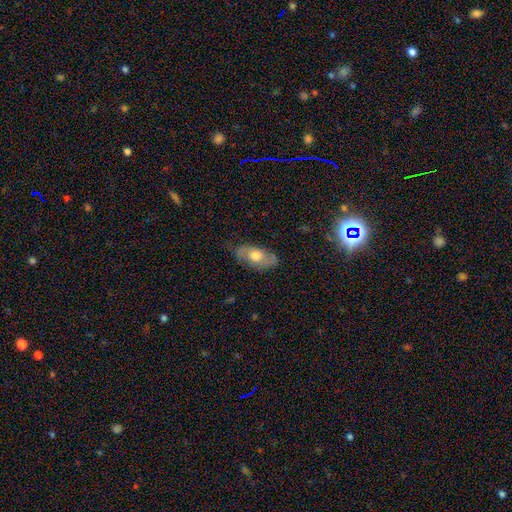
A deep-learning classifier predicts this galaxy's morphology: smooth-or-featured: smooth: 48% | featured or disk: 45% | star or artifact: 7%
  merging: none: 74% | minor disturbance: 19% | major disturbance: 5% | merger: 1%